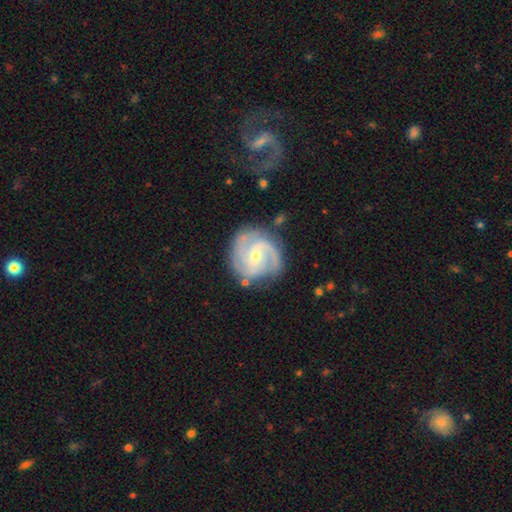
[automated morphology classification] smooth-or-featured: featured or disk: 90% | smooth: 5% | star or artifact: 4%
  disk-edge-on: no: 98% | yes: 2%
    bar: weak: 47% | no: 34% | strong: 19%
    has-spiral-arms: yes: 98% | no: 2%
      spiral-winding: medium: 46% | tight: 45% | loose: 10%
      spiral-arm-count: 2: 47% | 3: 33% | can't tell: 8% | 4: 5% | 1: 3% | more than 4: 3%
    bulge-size: small: 56% | moderate: 41% | large: 1% | none: 1% | dominant: 1%
  merging: none: 73% | minor disturbance: 17% | major disturbance: 6% | merger: 3%